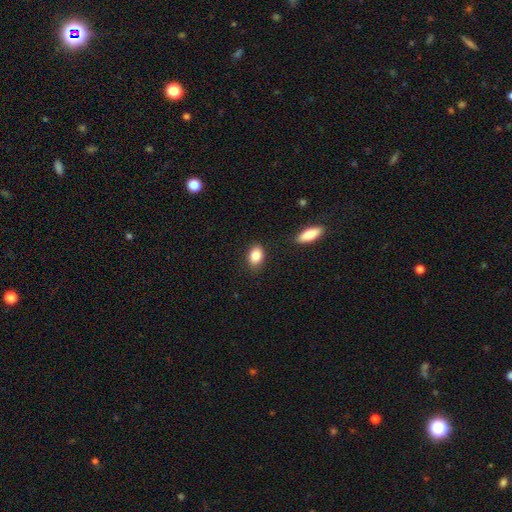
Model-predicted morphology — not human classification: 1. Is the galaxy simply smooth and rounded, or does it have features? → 86% smooth, 8% star or artifact, 7% featured or disk.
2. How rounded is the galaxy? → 84% in between, 14% round, 2% cigar-shaped.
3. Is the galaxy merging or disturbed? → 86% none, 10% minor disturbance, 2% merger, 2% major disturbance.